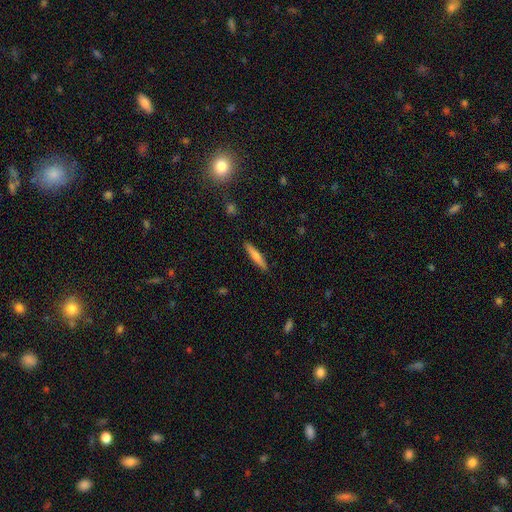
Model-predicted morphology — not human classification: smooth 60%, featured or disk 34%, star or artifact 6%. Down the decision tree: how rounded — cigar-shaped (89%); merging — none (90%).